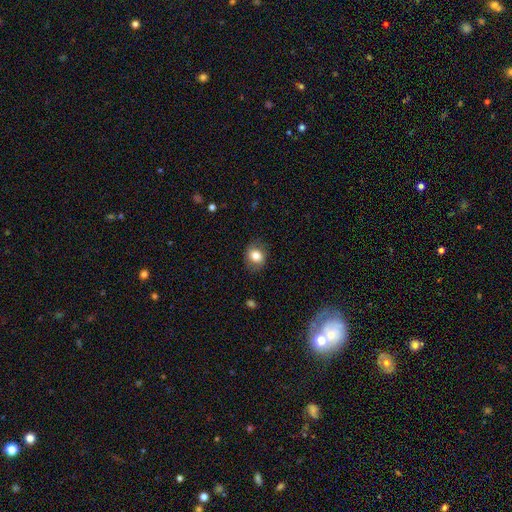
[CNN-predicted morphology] smooth 80%, featured or disk 12%, star or artifact 9%. Down the decision tree: how rounded — round (58%); merging — none (80%).